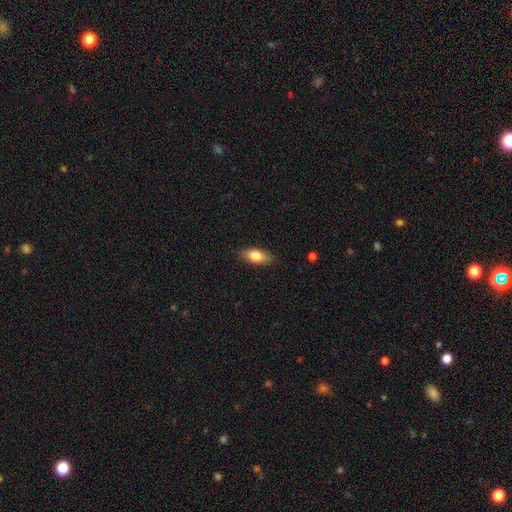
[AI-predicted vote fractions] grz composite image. It shows a smooth galaxy with no disk features (78%) that is in between round and cigar-shaped (81%). Merging: none (87%).